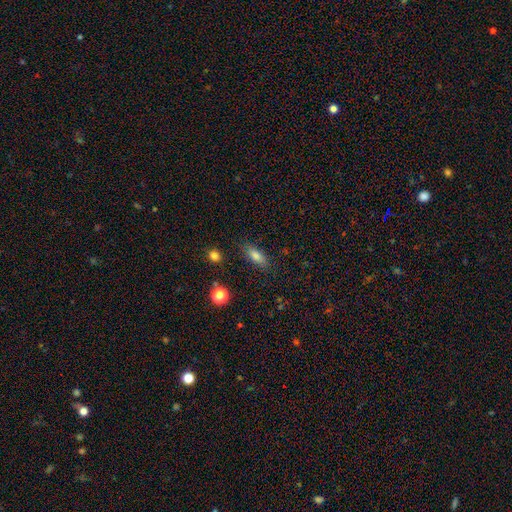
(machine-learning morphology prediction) Smooth or featured? Predicted: smooth (p=0.80). How rounded? Predicted: in between (p=0.74). Merging? Predicted: none (p=0.82).